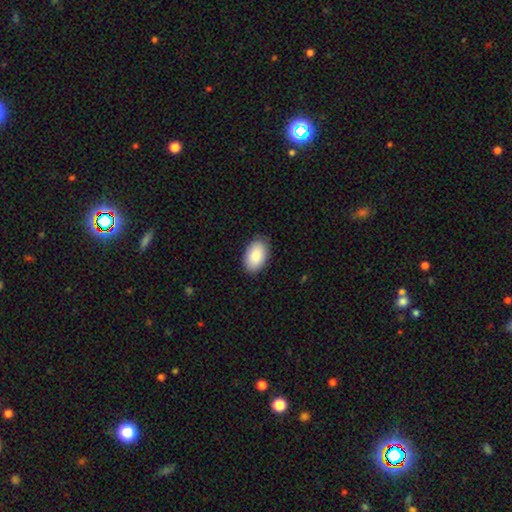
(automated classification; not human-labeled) Morphology: type=smooth (88%); roundness=in between (93%); merging=none (88%).